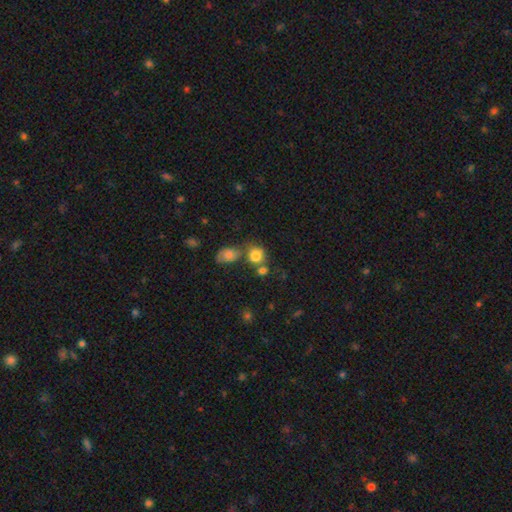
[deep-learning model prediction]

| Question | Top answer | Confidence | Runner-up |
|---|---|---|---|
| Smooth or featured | smooth | 81% | star or artifact (11%) |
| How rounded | round | 76% | in between (22%) |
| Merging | none | 53% | merger (28%) |